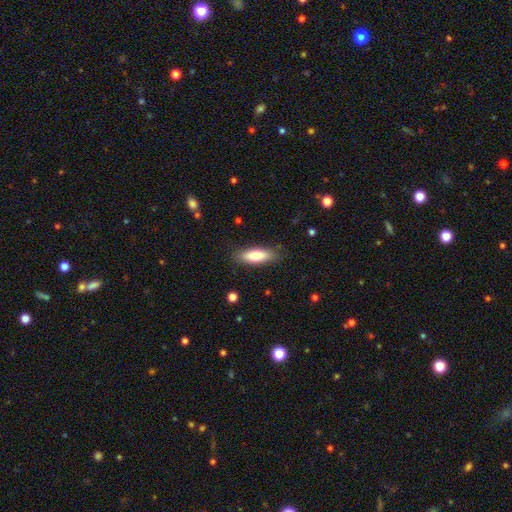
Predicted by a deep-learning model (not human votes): smooth 78%, featured or disk 16%, star or artifact 6%. Down the decision tree: how rounded — in between (62%); merging — none (85%).